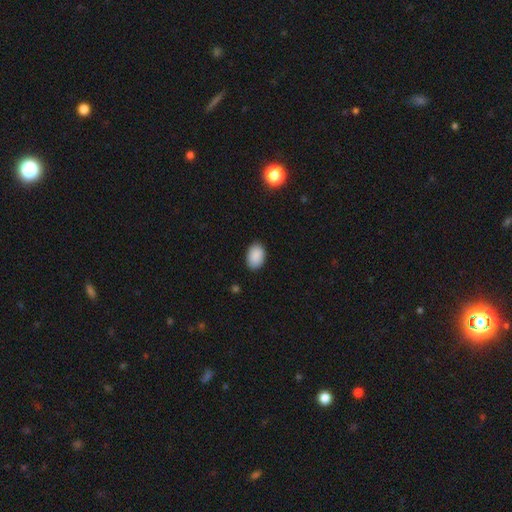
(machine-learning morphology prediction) type=smooth (90%); roundness=in between (87%); merging=none (88%).